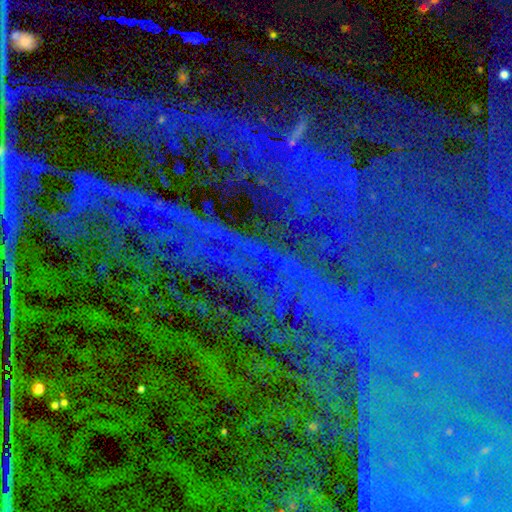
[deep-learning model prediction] Smooth or featured? star or artifact (84%)